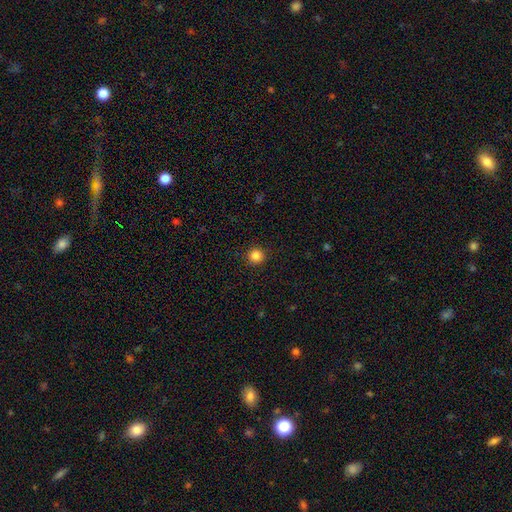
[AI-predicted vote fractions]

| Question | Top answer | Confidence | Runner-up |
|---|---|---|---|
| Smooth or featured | smooth | 86% | star or artifact (11%) |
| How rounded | round | 95% | in between (4%) |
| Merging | none | 92% | minor disturbance (5%) |